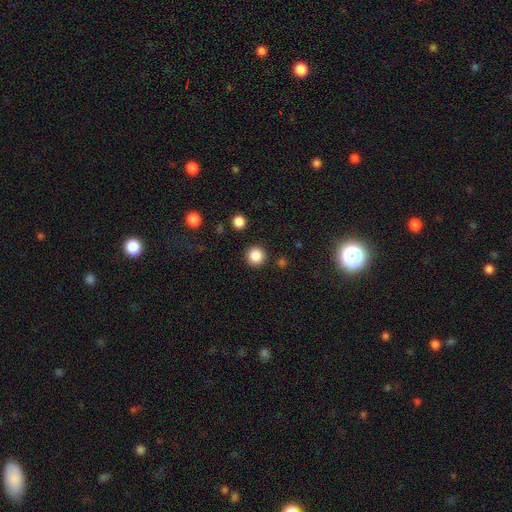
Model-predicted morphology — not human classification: smooth-or-featured: smooth: 87% | star or artifact: 10% | featured or disk: 3%
  how-rounded: round: 95% | in between: 4% | cigar-shaped: 1%
  merging: none: 91% | minor disturbance: 5% | major disturbance: 2% | merger: 2%